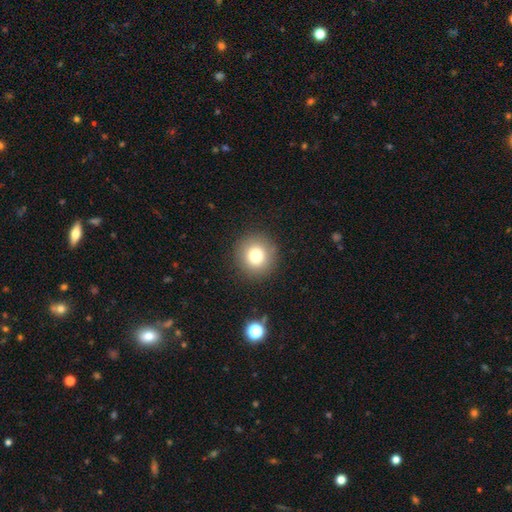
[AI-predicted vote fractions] smooth_or_featured: smooth (p=0.79) [alt: star or artifact p=0.12]
how_rounded: round (p=0.94) [alt: in between p=0.05]
merging: none (p=0.90) [alt: minor disturbance p=0.06]